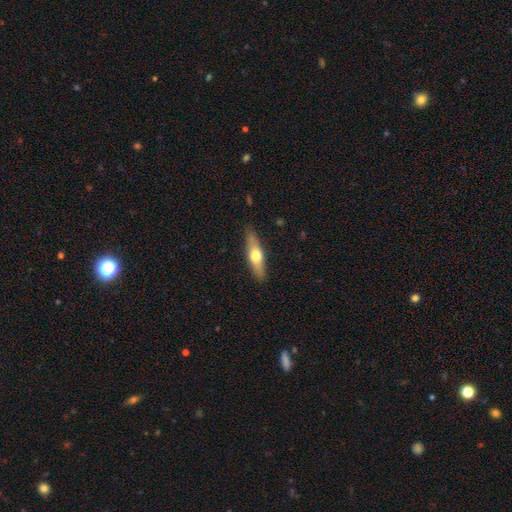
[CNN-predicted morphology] This appears to be a smooth galaxy with no disk features (51%) that is cigar-shaped (65%). Merging: none (87%).